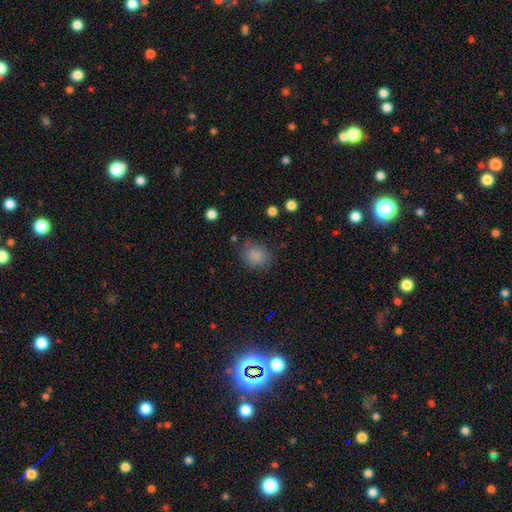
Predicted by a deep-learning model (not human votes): smooth-or-featured: smooth: 84% | star or artifact: 11% | featured or disk: 5%
  how-rounded: round: 69% | in between: 30% | cigar-shaped: 1%
  merging: none: 76% | minor disturbance: 16% | major disturbance: 5% | merger: 3%